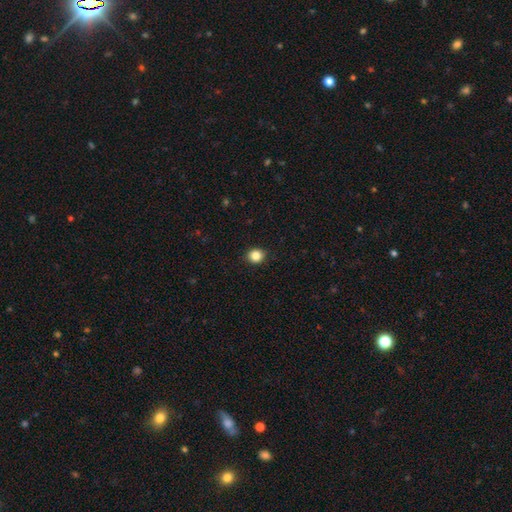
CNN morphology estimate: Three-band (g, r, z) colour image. It shows a smooth galaxy with no disk features (85%) that is round (84%). Merging: none (91%).